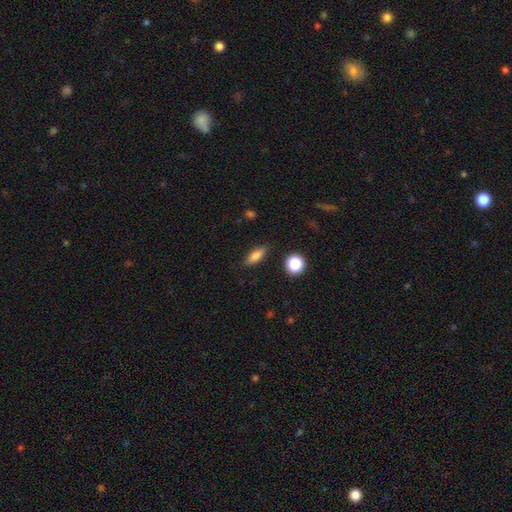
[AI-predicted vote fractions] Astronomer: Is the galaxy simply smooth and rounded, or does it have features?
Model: smooth — 75%.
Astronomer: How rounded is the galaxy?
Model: in between — 60%.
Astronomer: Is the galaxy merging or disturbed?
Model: none — 85%.